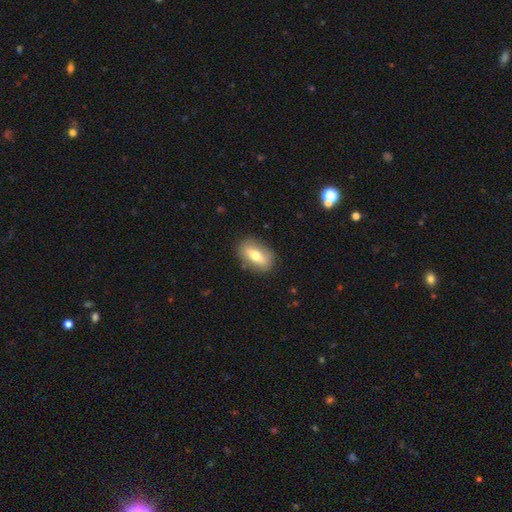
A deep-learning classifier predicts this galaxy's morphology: Smooth or featured? Predicted: smooth (p=0.63). How rounded? Predicted: in between (p=0.83). Merging? Predicted: none (p=0.83).